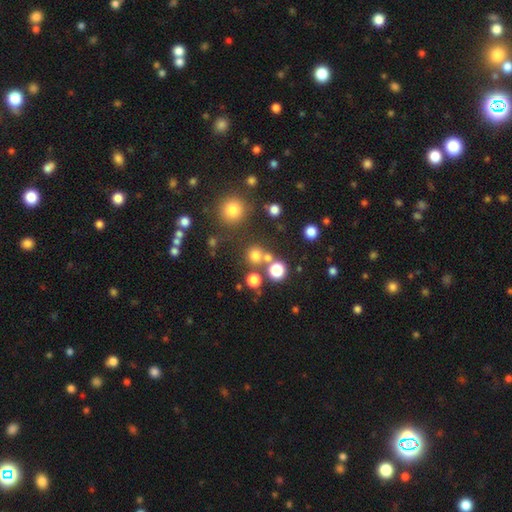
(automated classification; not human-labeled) Smooth or featured? smooth (71%)
How rounded? round (91%)
Merging? none (69%)